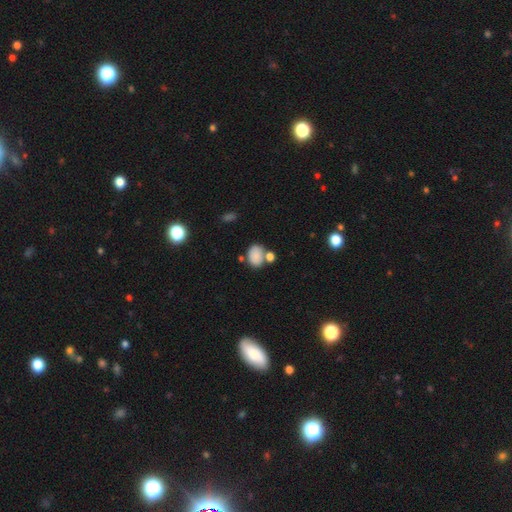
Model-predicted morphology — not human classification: Smooth or featured? smooth (82%)
How rounded? in between (69%)
Merging? none (54%)